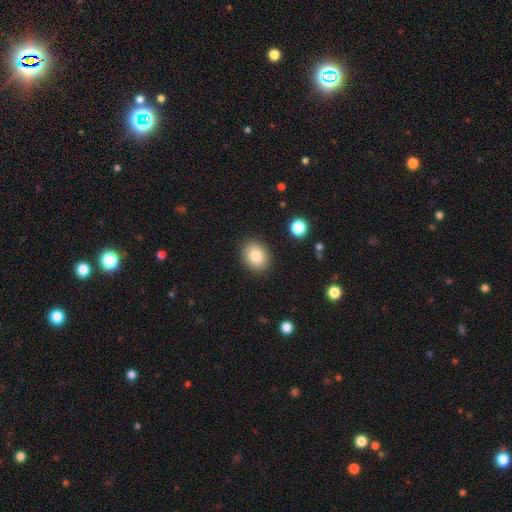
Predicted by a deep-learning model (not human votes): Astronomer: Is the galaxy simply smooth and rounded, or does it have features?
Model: smooth — 82%.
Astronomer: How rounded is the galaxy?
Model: round — 51% (runner-up: in between, 49%).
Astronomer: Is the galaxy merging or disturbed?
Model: none — 88%.